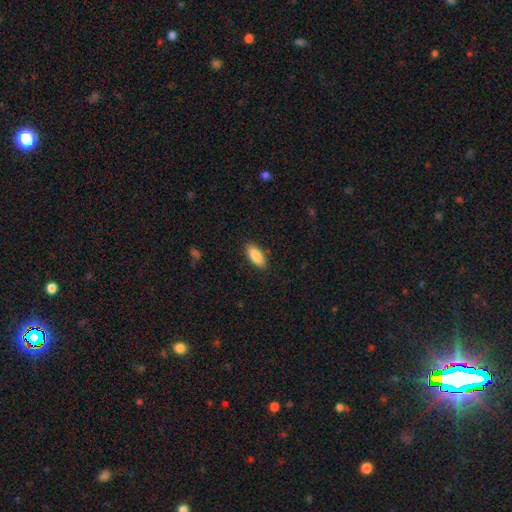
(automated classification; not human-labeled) Q: Smooth or featured?
A: smooth (89%); runner-up: star or artifact (6%)
Q: How rounded?
A: in between (87%); runner-up: cigar-shaped (11%)
Q: Merging?
A: none (88%); runner-up: minor disturbance (9%)